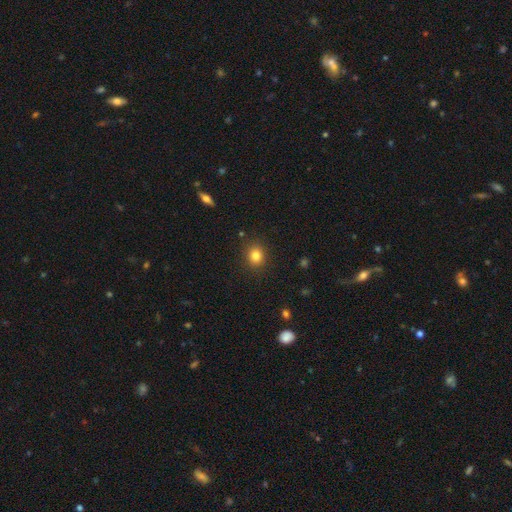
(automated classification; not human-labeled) Smooth or featured: smooth — 83% (star or artifact — 11%)
How rounded: round — 71% (in between — 28%)
Merging: none — 88% (minor disturbance — 8%)